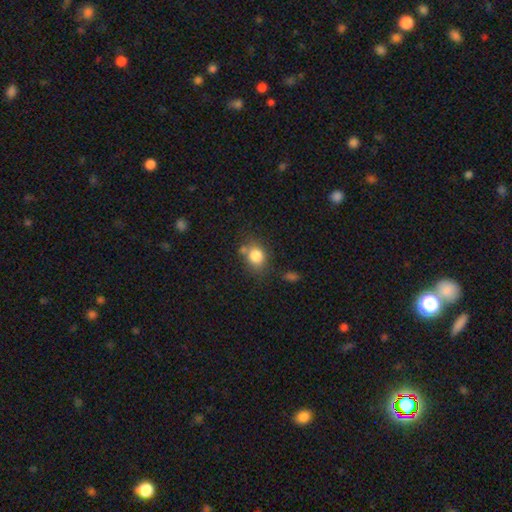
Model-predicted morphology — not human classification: smooth_or_featured: smooth (p=0.82) [alt: star or artifact p=0.10]
how_rounded: round (p=0.60) [alt: in between p=0.38]
merging: none (p=0.63) [alt: minor disturbance p=0.19]